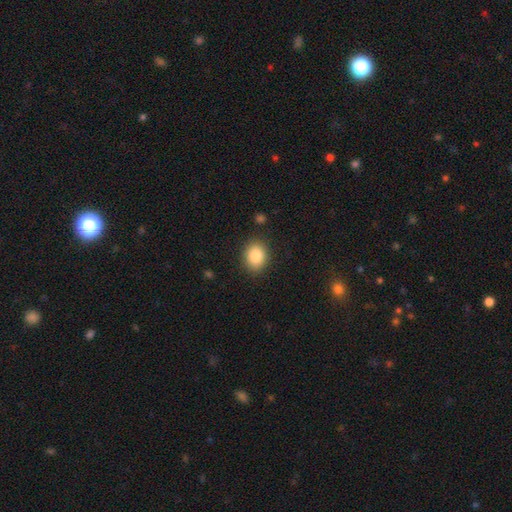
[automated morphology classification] A smooth galaxy with no disk features (86%) that is in between round and cigar-shaped (50%).

Vote fractions:
- Smooth or featured? smooth: 86% / star or artifact: 8% / featured or disk: 6%
- How rounded? in between: 50% / round: 49% / cigar-shaped: 1%
- Merging? none: 87% / minor disturbance: 9% / major disturbance: 3% / merger: 1%